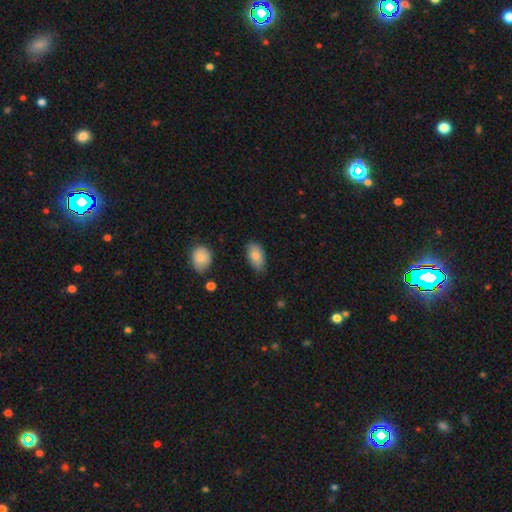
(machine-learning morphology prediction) This is clearly a smooth galaxy (83%). How rounded: clearly in between (92%). Merging: likely none (75%).